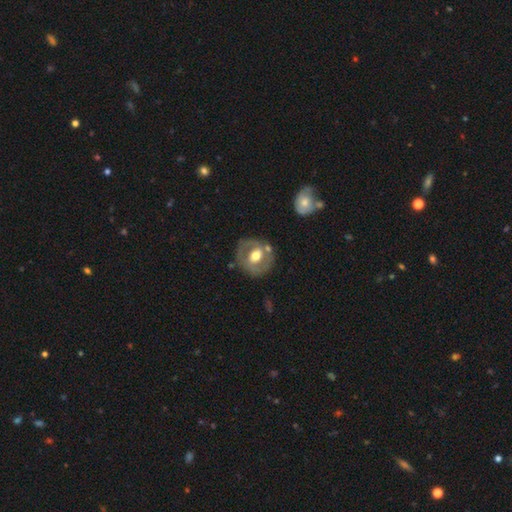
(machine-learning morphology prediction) A featured or disk galaxy (57%) with no bar (51%), no spiral arms (69%) and a moderate central bulge (69%).

Vote fractions:
- Smooth or featured? featured or disk: 57% / smooth: 37% / star or artifact: 6%
- Edge-on disk? no: 95% / yes: 5%
- Bar? no: 51% / weak: 33% / strong: 16%
- Spiral arms? no: 69% / yes: 31%
- Bulge size? moderate: 69% / large: 21% / small: 7% / dominant: 1% / none: 1%
- Merging? none: 71% / minor disturbance: 15% / merger: 7% / major disturbance: 6%